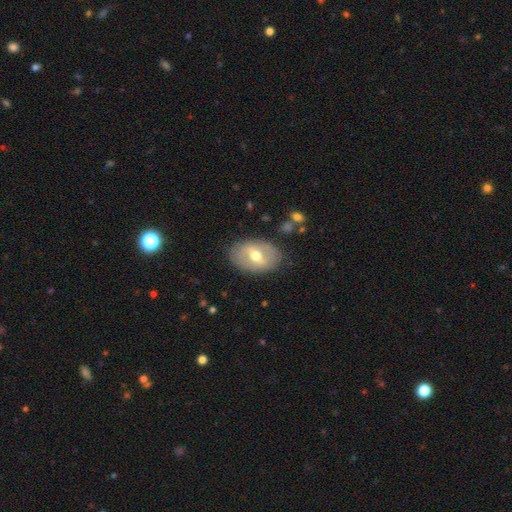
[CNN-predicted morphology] Smooth or featured: featured or disk — 51% (smooth — 42%)
Edge-on disk: no — 90% (yes — 10%)
Merging: none — 81% (minor disturbance — 13%)